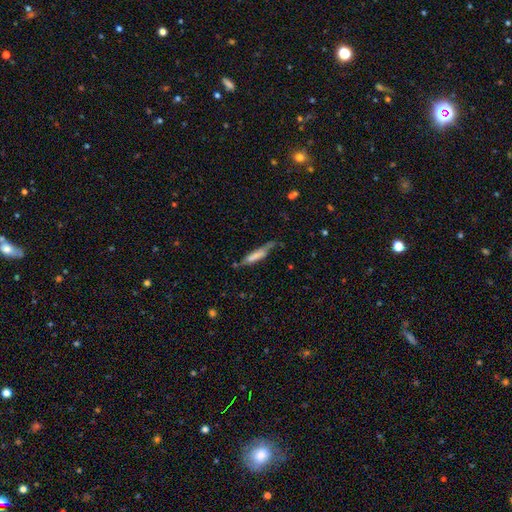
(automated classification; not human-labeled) A smooth galaxy with no disk features (64%) that is cigar-shaped (84%). Merging: none (48%).